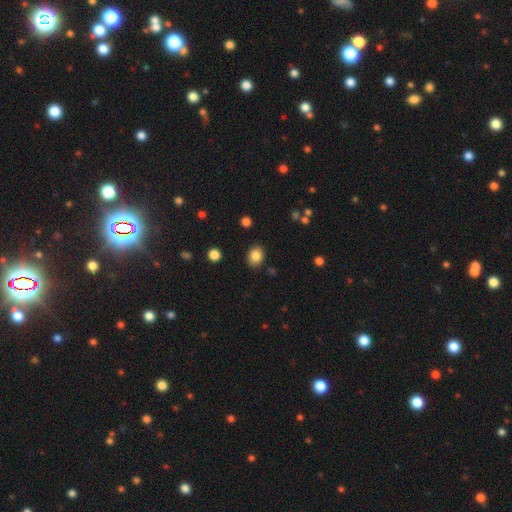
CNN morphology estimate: Smooth or featured: smooth — 85% (star or artifact — 9%)
How rounded: in between — 54% (round — 45%)
Merging: none — 87% (minor disturbance — 9%)